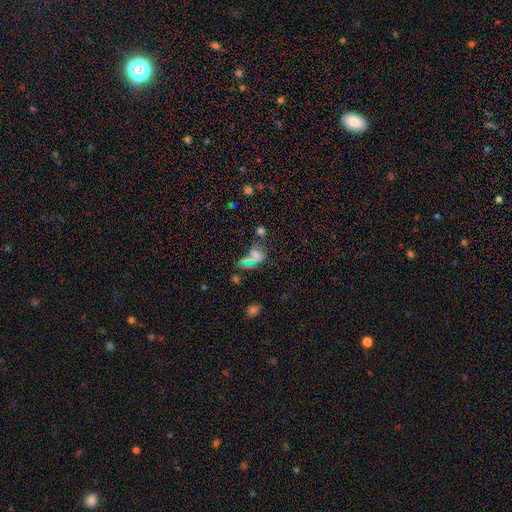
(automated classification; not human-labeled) Smooth or featured? smooth (48%)
Merging? none (59%)